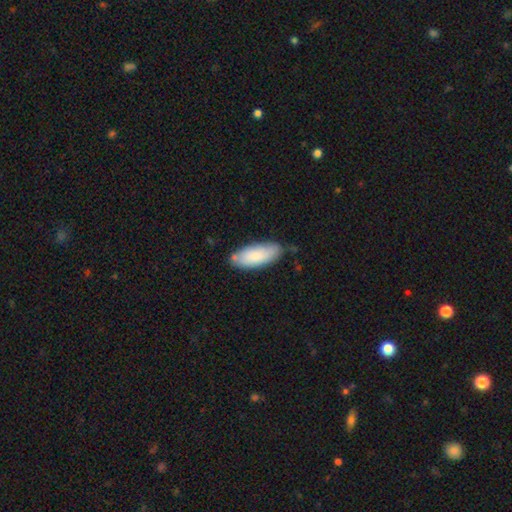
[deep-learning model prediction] A smooth galaxy with no disk features (83%) that is in between round and cigar-shaped (78%). Merging: none (71%).